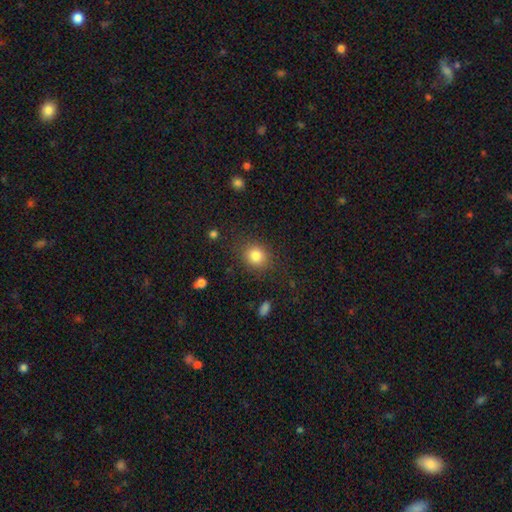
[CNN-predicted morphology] Smooth or featured? Predicted: smooth (p=0.83). How rounded? Predicted: round (p=0.73). Merging? Predicted: none (p=0.84).